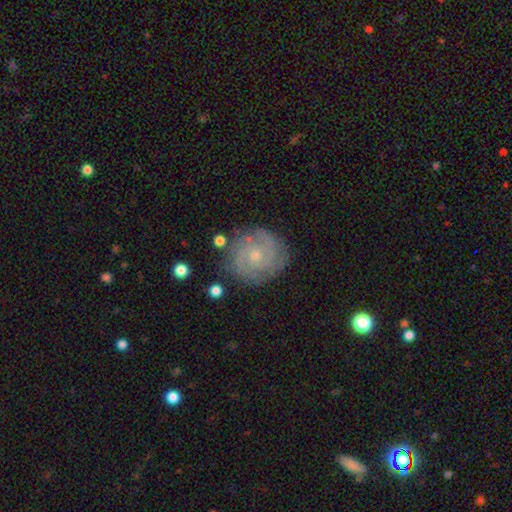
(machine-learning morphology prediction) Smooth or featured?
  - featured or disk: 81% *
  - smooth: 12%
  - star or artifact: 7%
Edge-on disk?
  - no: 98% *
  - yes: 2%
Bar?
  - no: 76% *
  - weak: 21%
  - strong: 3%
Spiral arms?
  - yes: 95% *
  - no: 5%
Spiral winding?
  - tight: 66% *
  - medium: 28%
  - loose: 6%
Spiral arm count?
  - 2: 33% *
  - 3: 28%
  - can't tell: 20%
  - 4: 10%
  - 1: 5%
  - more than 4: 5%
Bulge size?
  - small: 71% *
  - moderate: 25%
  - none: 2%
  - large: 1%
  - dominant: 1%
Merging?
  - none: 82% *
  - minor disturbance: 13%
  - major disturbance: 4%
  - merger: 2%